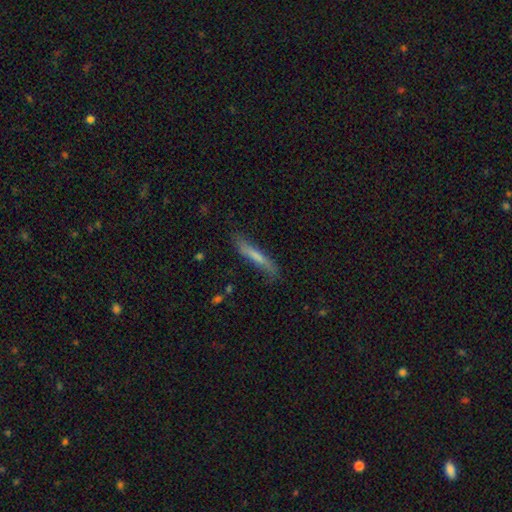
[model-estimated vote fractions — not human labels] Morphology: type=smooth (57%); roundness=cigar-shaped (93%); merging=none (73%).